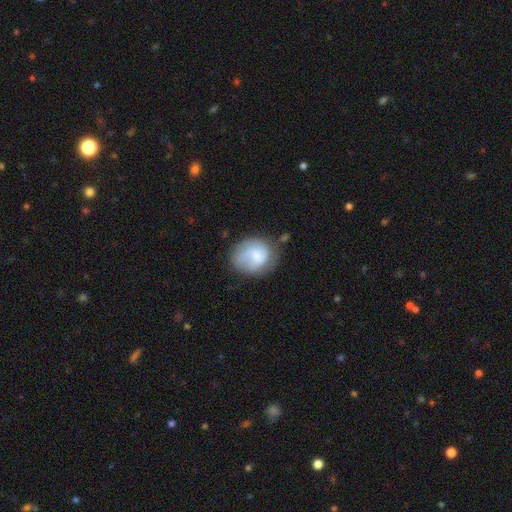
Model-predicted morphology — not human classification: The model was most divided on "how rounded": round: 60%, in between: 39%, cigar-shaped: 1%. More confident: smooth or featured — smooth (64%); merging — none (53%).